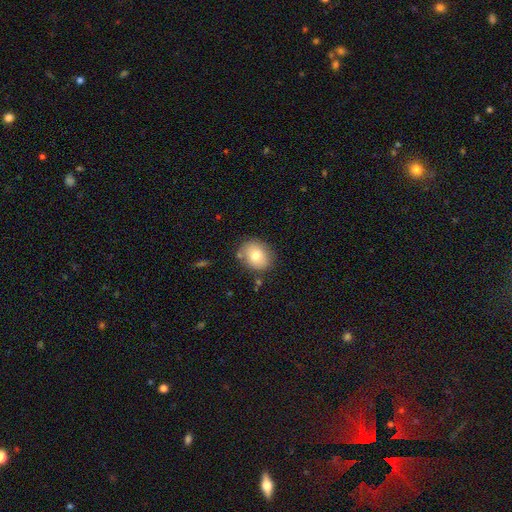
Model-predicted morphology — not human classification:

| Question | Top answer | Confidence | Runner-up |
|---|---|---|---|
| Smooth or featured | smooth | 75% | featured or disk (15%) |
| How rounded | round | 62% | in between (37%) |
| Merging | none | 78% | minor disturbance (14%) |